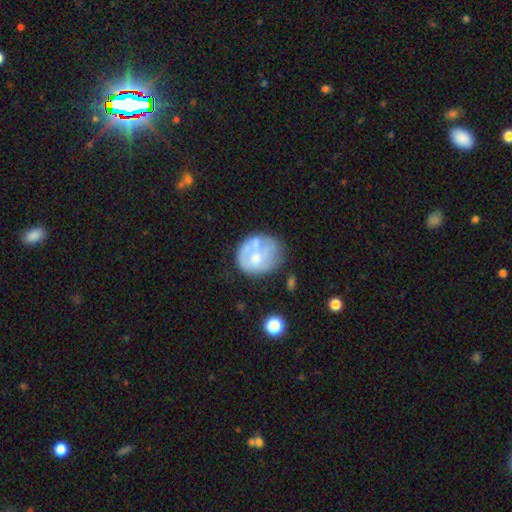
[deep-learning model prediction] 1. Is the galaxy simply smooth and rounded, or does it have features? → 48% smooth, 44% featured or disk, 7% star or artifact.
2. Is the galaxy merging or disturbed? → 45% none, 28% minor disturbance, 17% major disturbance, 10% merger.